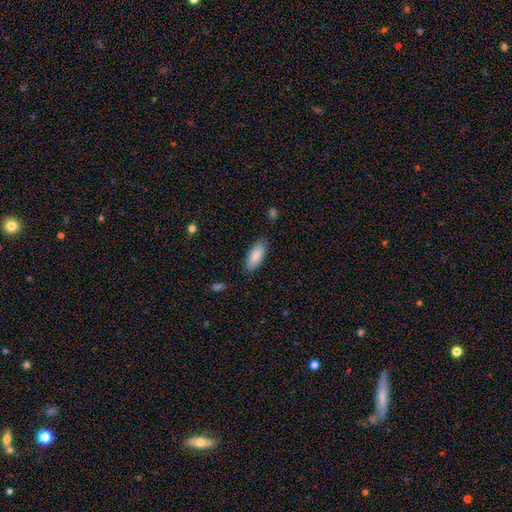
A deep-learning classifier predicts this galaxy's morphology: smooth 88%, featured or disk 6%, star or artifact 6%. Down the decision tree: how rounded — in between (81%); merging — none (84%).